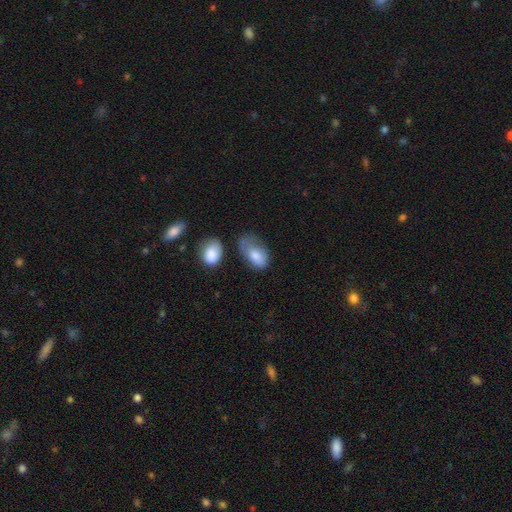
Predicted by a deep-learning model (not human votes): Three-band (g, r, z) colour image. It shows a smooth galaxy with no disk features (76%) that is in between round and cigar-shaped (91%). Merging: minor disturbance (35%).